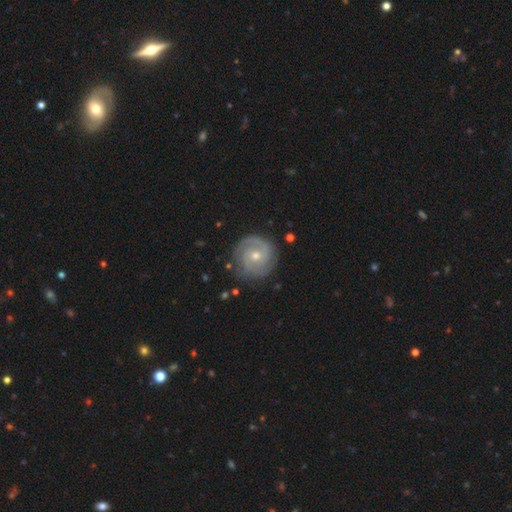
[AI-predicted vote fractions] Smooth or featured? featured or disk (83%)
Edge-on disk? no (98%)
Bar? no (60%)
Spiral arms? yes (95%)
Spiral winding? tight (62%)
Spiral arm count? 2 (59%)
Bulge size? moderate (50%)
Merging? none (82%)